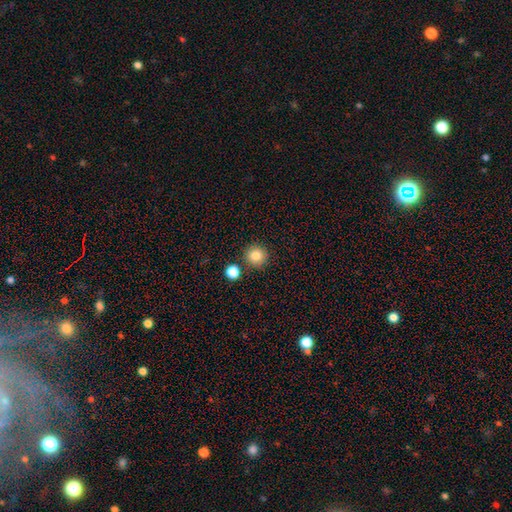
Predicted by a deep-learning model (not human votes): This is clearly a smooth galaxy (83%). How rounded: clearly round (94%). Merging: clearly none (85%).